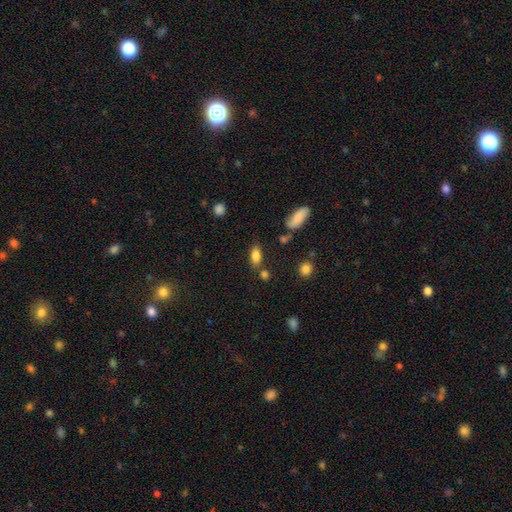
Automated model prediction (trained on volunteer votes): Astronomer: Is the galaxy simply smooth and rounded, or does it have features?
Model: smooth — 82%.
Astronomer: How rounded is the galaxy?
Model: in between — 85%.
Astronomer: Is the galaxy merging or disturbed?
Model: none — 66%.